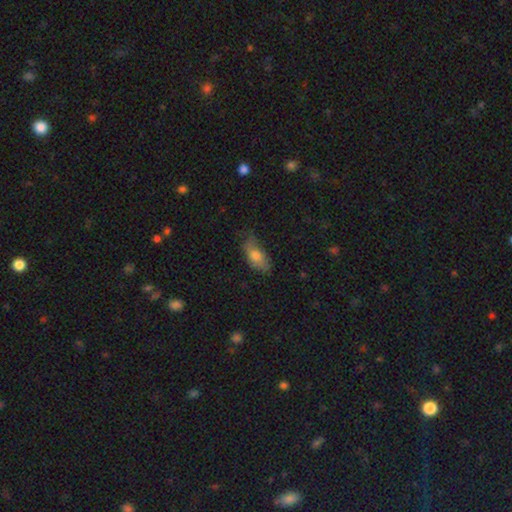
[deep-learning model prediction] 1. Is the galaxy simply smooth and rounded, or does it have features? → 72% smooth, 20% featured or disk, 8% star or artifact.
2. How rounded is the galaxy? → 84% in between, 12% cigar-shaped, 4% round.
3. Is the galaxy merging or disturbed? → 51% none, 35% minor disturbance, 13% major disturbance, 2% merger.